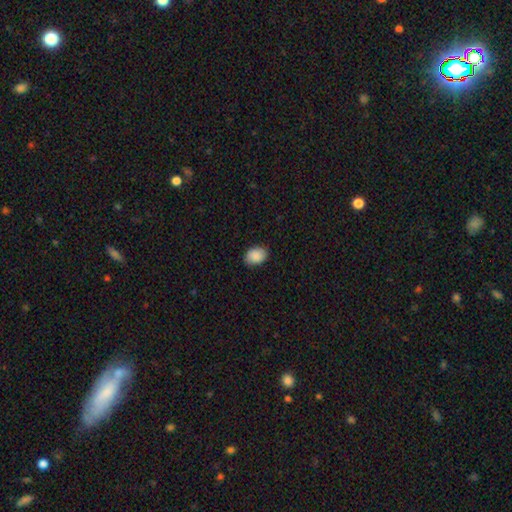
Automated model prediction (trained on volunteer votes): Smooth or featured? Predicted: smooth (p=0.87). How rounded? Predicted: in between (p=0.70). Merging? Predicted: none (p=0.83).